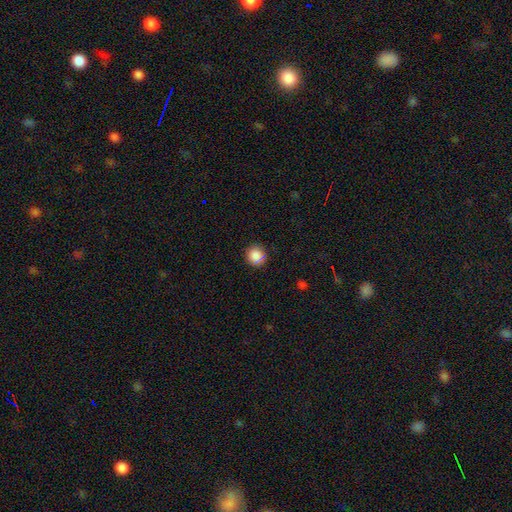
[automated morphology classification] smooth 85%, star or artifact 11%, featured or disk 5%. Down the decision tree: how rounded — round (93%); merging — none (86%).